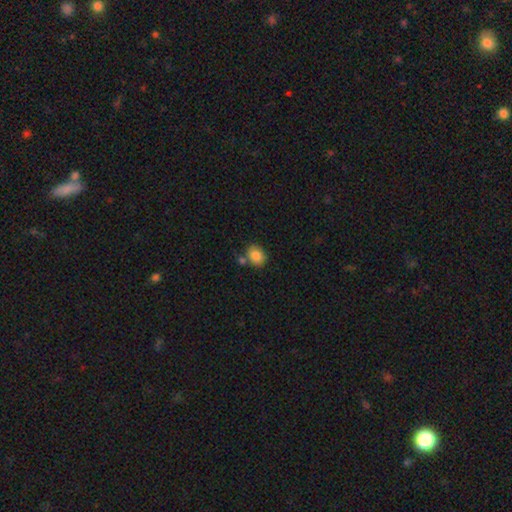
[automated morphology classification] smooth_or_featured: smooth (p=0.83) [alt: star or artifact p=0.09]
how_rounded: round (p=0.50) [alt: in between p=0.49]
merging: none (p=0.68) [alt: merger p=0.16]